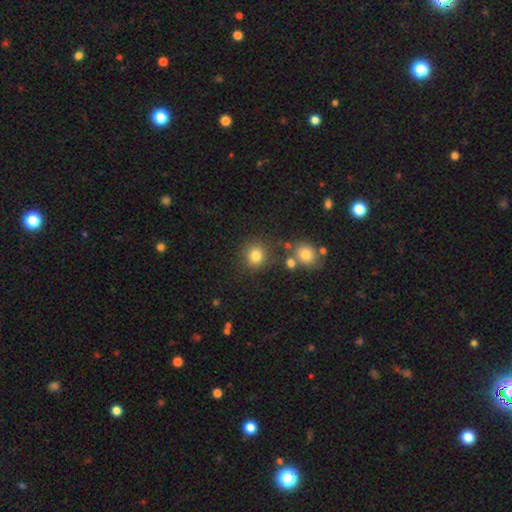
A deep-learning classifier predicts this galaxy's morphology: Smooth or featured? Predicted: smooth (p=0.80). How rounded? Predicted: round (p=0.88). Merging? Predicted: none (p=0.78).